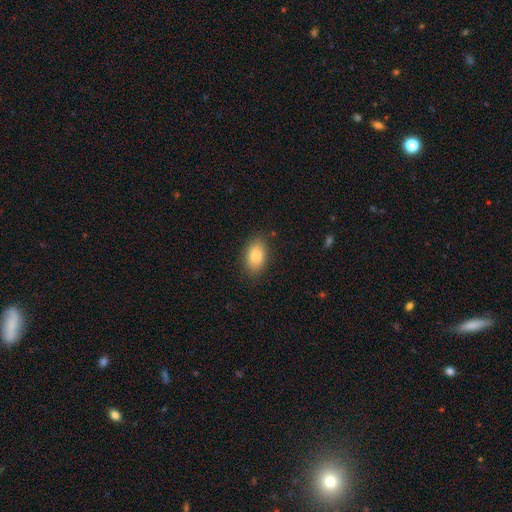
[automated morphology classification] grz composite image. It shows a smooth galaxy with no disk features (86%) that is in between round and cigar-shaped (90%). Merging: none (85%).